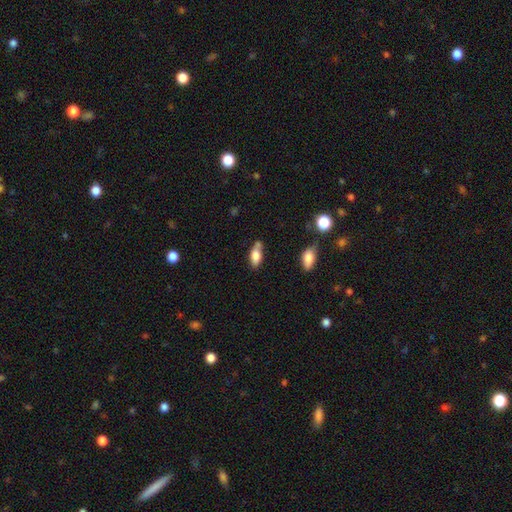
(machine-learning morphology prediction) smooth 78%, featured or disk 15%, star or artifact 8%. Down the decision tree: how rounded — in between (84%); merging — none (51%).